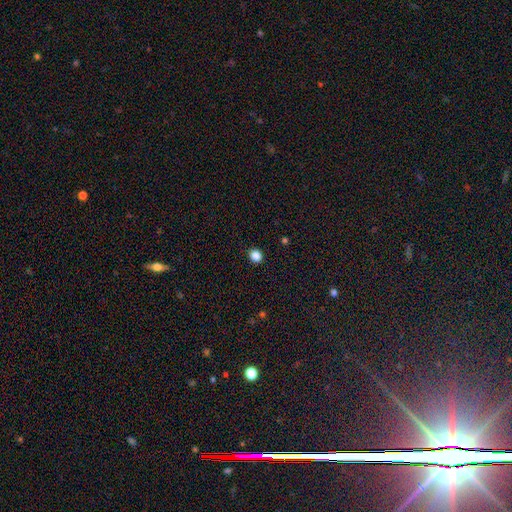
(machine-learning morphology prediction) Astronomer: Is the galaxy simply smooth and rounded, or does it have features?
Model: smooth — 85%.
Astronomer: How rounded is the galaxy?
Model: round — 76%.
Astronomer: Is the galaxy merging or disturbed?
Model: none — 92%.